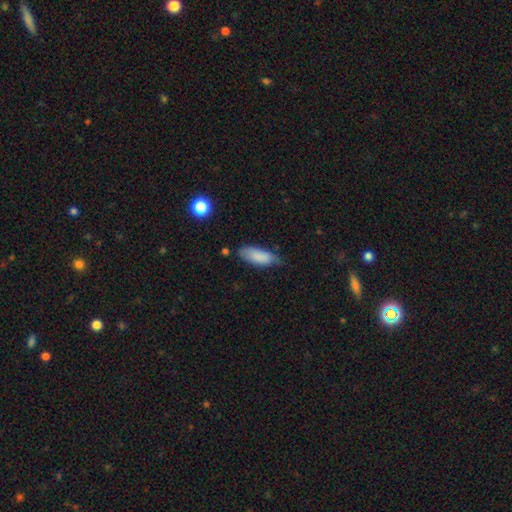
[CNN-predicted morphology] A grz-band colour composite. It shows a smooth galaxy with no disk features (84%) that is in between round and cigar-shaped (76%). Merging: none (57%).